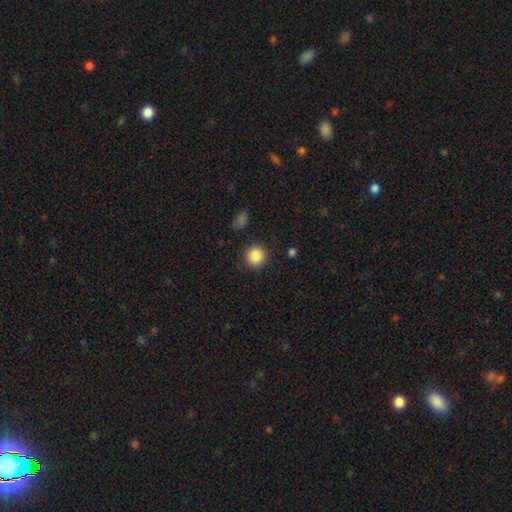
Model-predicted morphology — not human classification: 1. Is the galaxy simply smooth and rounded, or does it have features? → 86% smooth, 9% star or artifact, 4% featured or disk.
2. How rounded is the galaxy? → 93% round, 6% in between, 1% cigar-shaped.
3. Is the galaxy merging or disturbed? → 91% none, 6% minor disturbance, 2% major disturbance, 1% merger.